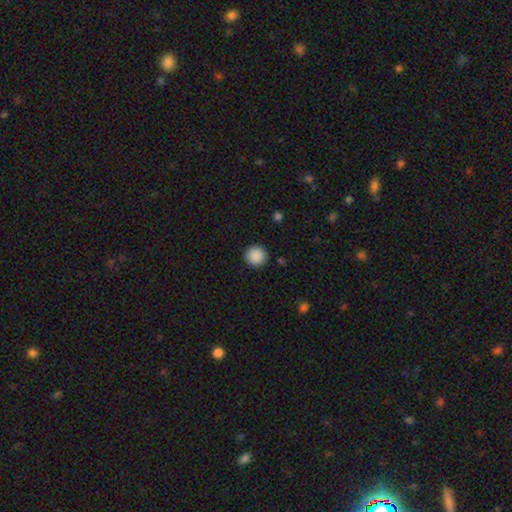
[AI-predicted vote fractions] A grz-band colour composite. It shows a smooth galaxy with no disk features (89%) that is round (95%). Merging: none (92%).